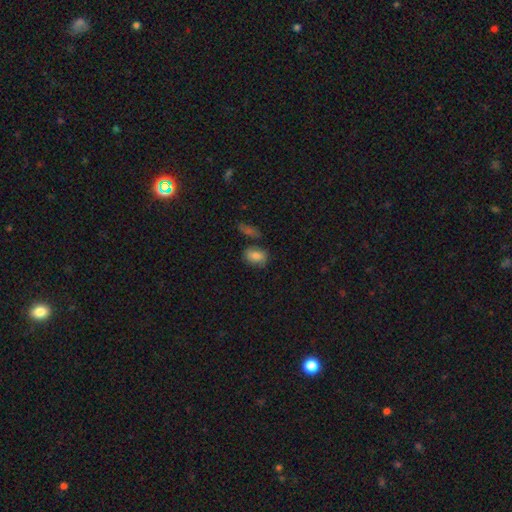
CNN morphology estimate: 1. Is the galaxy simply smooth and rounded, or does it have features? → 77% smooth, 12% featured or disk, 10% star or artifact.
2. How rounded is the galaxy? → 73% in between, 25% round, 2% cigar-shaped.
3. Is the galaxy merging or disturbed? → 64% none, 20% minor disturbance, 10% merger, 6% major disturbance.